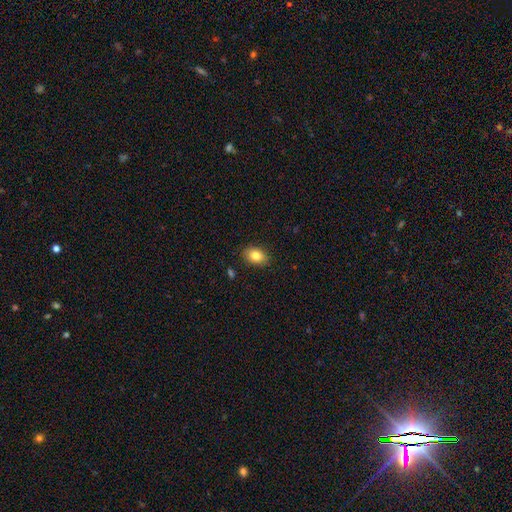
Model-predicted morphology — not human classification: Smooth or featured? smooth (84%)
How rounded? in between (79%)
Merging? none (88%)